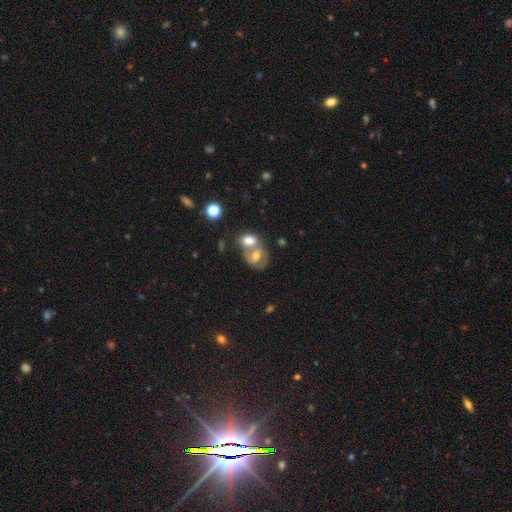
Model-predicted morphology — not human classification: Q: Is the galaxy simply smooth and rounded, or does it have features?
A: smooth — 51%.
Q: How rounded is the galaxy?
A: in between — 62%.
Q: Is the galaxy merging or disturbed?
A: merger — 60%.